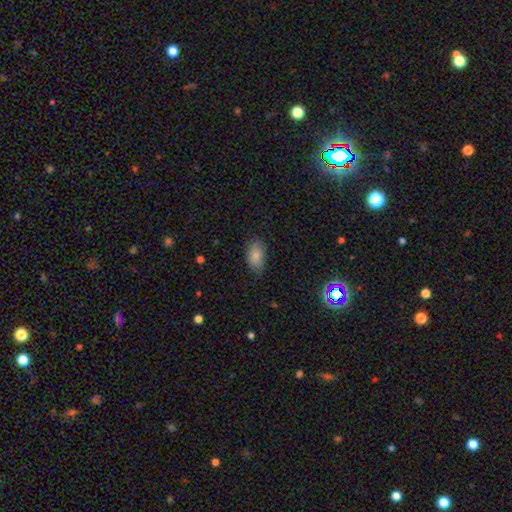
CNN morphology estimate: smooth_or_featured: smooth (p=0.84) [alt: star or artifact p=0.08]
how_rounded: in between (p=0.92) [alt: round p=0.06]
merging: none (p=0.78) [alt: minor disturbance p=0.17]